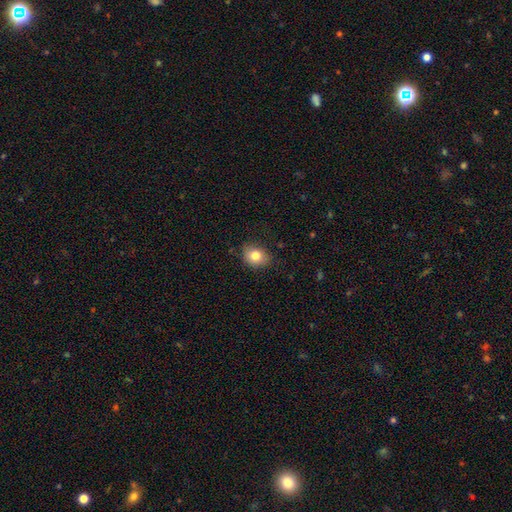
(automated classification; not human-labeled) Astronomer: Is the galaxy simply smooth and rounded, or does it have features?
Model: smooth — 80%.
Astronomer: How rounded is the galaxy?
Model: round — 53% (runner-up: in between, 46%).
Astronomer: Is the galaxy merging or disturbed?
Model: none — 78%.